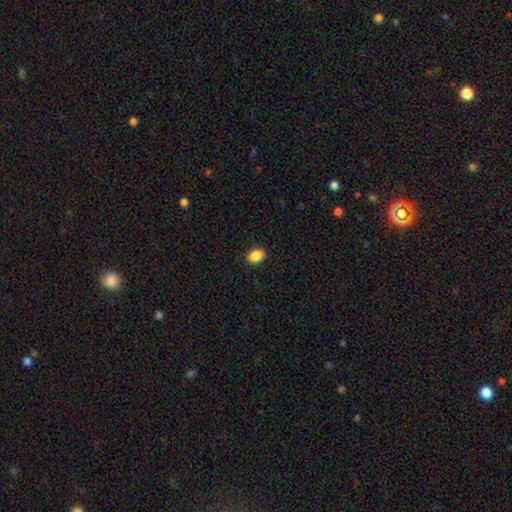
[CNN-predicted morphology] A smooth galaxy with no disk features (87%) that is in between round and cigar-shaped (81%). Merging: none (88%).